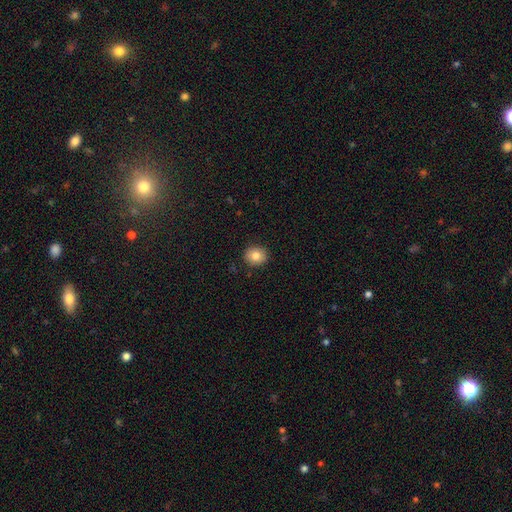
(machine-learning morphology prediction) A smooth galaxy with no disk features (83%) that is round (80%). Merging: none (90%).